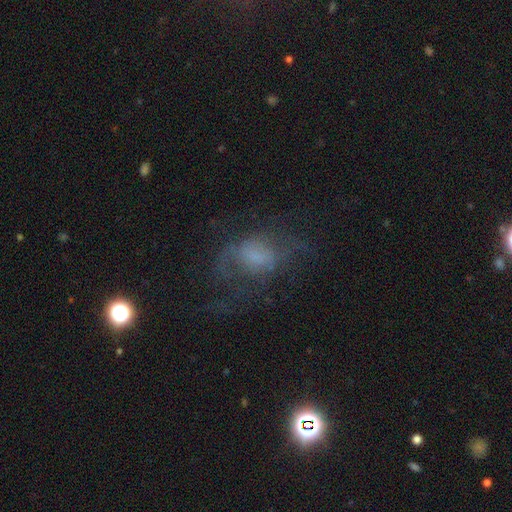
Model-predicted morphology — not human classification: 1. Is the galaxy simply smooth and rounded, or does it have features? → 47% featured or disk, 36% smooth, 16% star or artifact.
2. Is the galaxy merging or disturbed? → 39% none (tied), 39% major disturbance (tied), 19% minor disturbance, 2% merger.